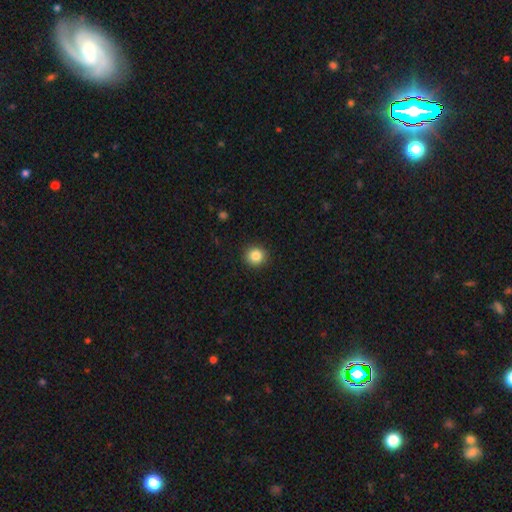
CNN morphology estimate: Smooth or featured?
  - smooth: 85% *
  - star or artifact: 10%
  - featured or disk: 5%
How rounded?
  - round: 92% *
  - in between: 7%
  - cigar-shaped: 1%
Merging?
  - none: 92% *
  - minor disturbance: 6%
  - major disturbance: 2%
  - merger: 1%